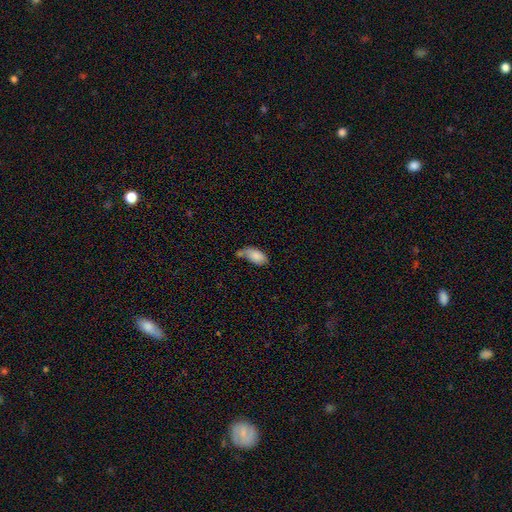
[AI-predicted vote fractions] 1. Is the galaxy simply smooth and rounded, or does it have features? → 79% smooth, 14% featured or disk, 8% star or artifact.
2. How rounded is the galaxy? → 92% in between, 4% round, 4% cigar-shaped.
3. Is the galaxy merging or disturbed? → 35% none, 28% minor disturbance, 19% merger, 17% major disturbance.